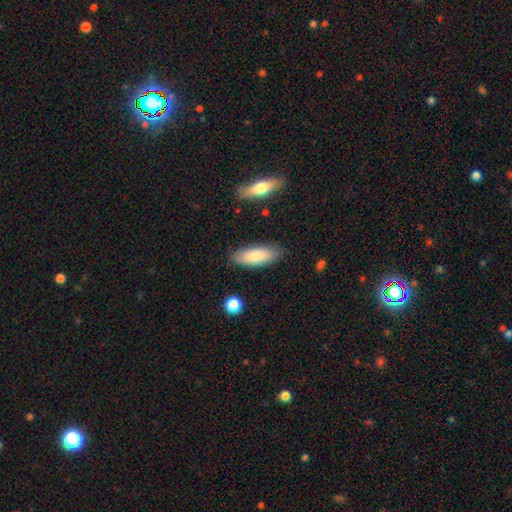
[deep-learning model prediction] smooth_or_featured: smooth (p=0.82) [alt: featured or disk p=0.12]
how_rounded: in between (p=0.73) [alt: cigar-shaped p=0.25]
merging: none (p=0.84) [alt: minor disturbance p=0.12]